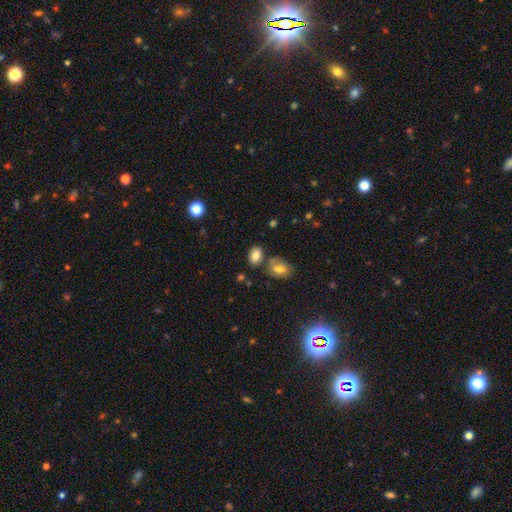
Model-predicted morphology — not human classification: smooth_or_featured: smooth (p=0.82) [alt: star or artifact p=0.09]
how_rounded: in between (p=0.85) [alt: round p=0.14]
merging: none (p=0.66) [alt: merger p=0.17]